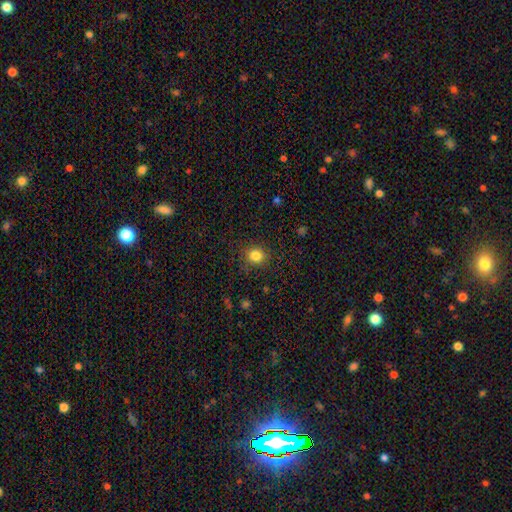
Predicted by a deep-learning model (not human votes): A smooth galaxy with no disk features (82%) that is round (81%). Merging: none (87%).